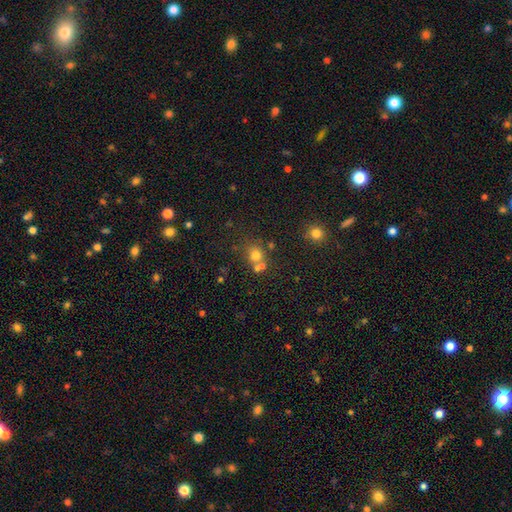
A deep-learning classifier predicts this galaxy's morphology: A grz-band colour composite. It shows a smooth galaxy with no disk features (71%) that is round (80%). Merging: none (52%).